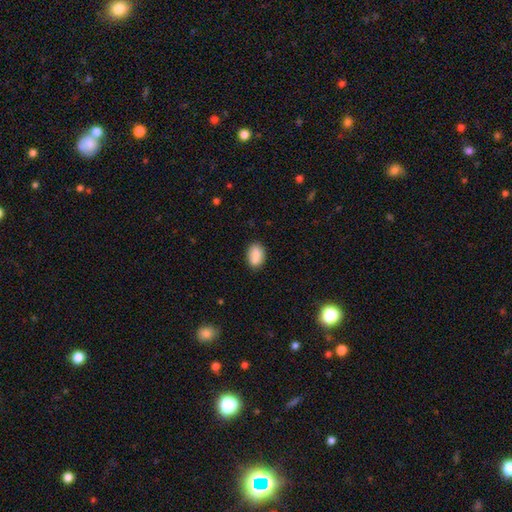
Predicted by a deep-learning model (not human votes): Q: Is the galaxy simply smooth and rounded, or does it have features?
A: smooth — 85%.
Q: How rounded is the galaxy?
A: in between — 84%.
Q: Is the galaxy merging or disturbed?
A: none — 73%.